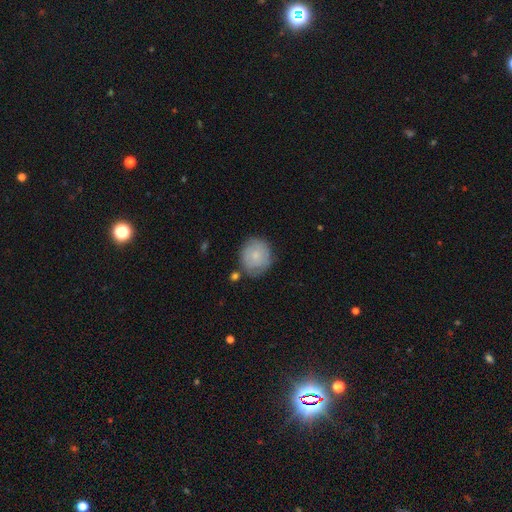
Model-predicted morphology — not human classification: This appears to be a smooth galaxy with no disk features (64%) that is round (83%). Merging: none (69%).